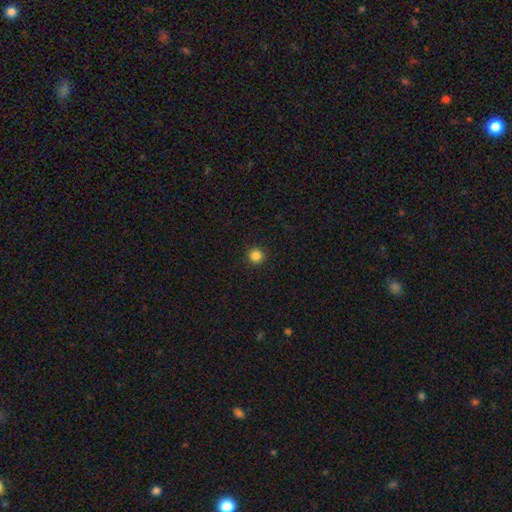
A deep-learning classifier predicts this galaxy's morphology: Smooth or featured: smooth — 85% (star or artifact — 12%)
How rounded: round — 96% (in between — 3%)
Merging: none — 93% (minor disturbance — 4%)